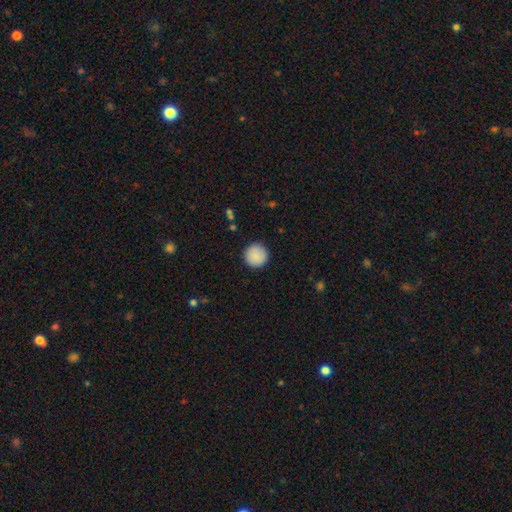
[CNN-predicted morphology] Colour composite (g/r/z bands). It shows a smooth galaxy with no disk features (88%) that is round (96%). Merging: none (92%).